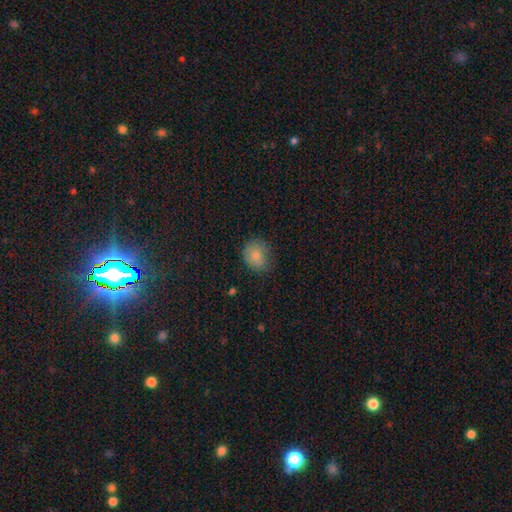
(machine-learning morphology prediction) Smooth or featured: smooth — 81% (featured or disk — 10%)
How rounded: round — 63% (in between — 36%)
Merging: none — 66% (minor disturbance — 25%)